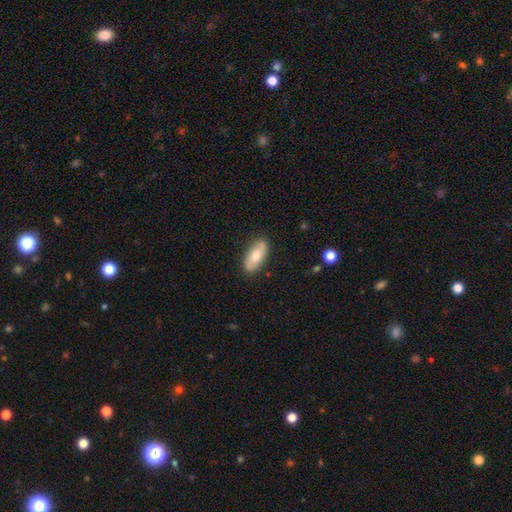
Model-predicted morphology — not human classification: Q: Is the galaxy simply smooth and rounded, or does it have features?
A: smooth — 67%.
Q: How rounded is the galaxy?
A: in between — 88%.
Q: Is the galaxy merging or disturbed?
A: none — 86%.